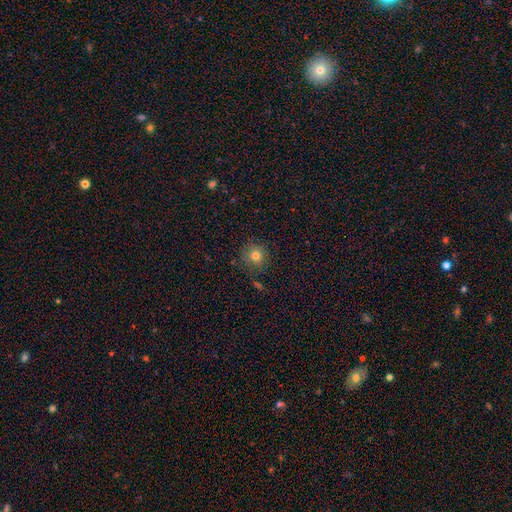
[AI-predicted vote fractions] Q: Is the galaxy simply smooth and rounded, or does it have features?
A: smooth — 79%.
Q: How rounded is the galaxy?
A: round — 93%.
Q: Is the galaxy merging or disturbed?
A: none — 84%.